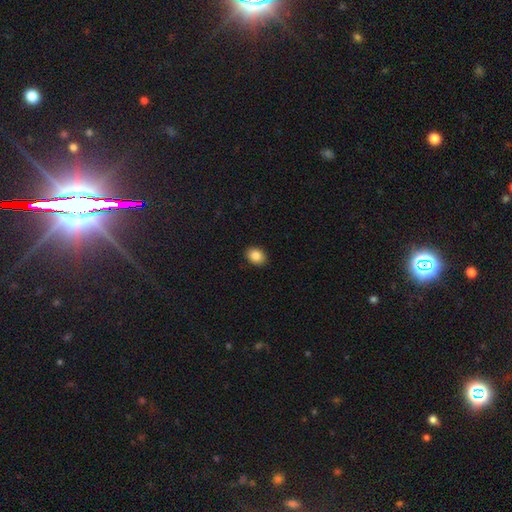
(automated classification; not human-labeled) Smooth or featured? Predicted: smooth (p=0.86). How rounded? Predicted: in between (p=0.60). Merging? Predicted: none (p=0.91).